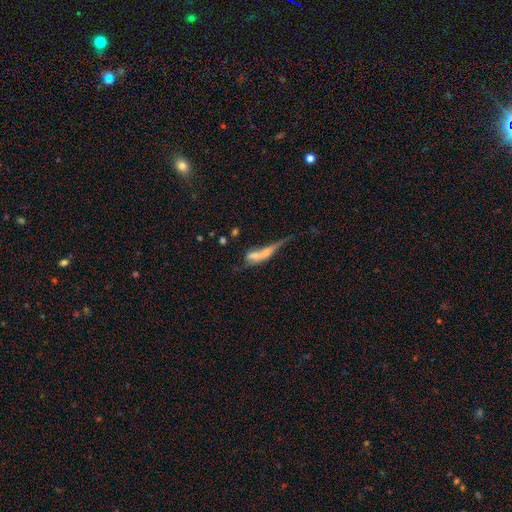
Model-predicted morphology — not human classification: A featured or disk galaxy (44%).

Vote fractions:
- Smooth or featured? featured or disk: 44% / smooth: 43% / star or artifact: 12%
- Merging? merger: 39% / major disturbance: 28% / none: 19% / minor disturbance: 14%